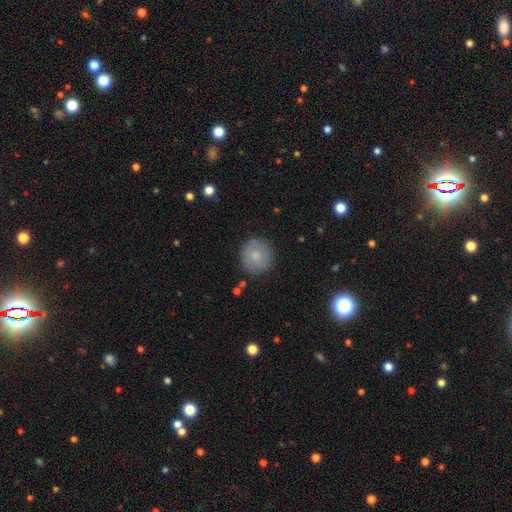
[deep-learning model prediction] Overall: smooth (75%). How rounded: round (93%). Merging: none (86%).